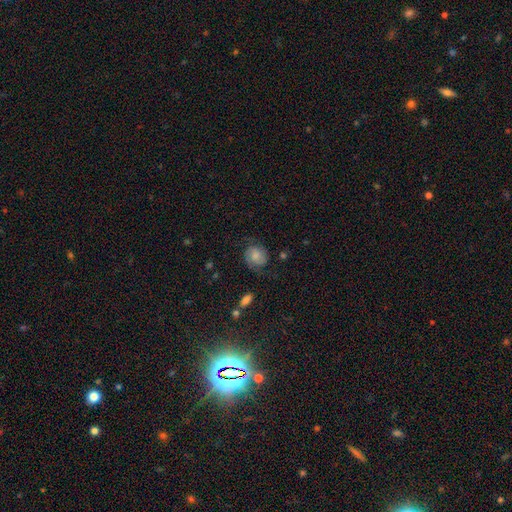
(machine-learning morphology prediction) The model was most divided on "bulge size": small: 38%, moderate: 34%, none: 14%, large: 10%, dominant: 3%. More confident: edge-on disk — no (97%); spiral arms — yes (90%); bar — no (72%); merging — none (67%); smooth or featured — featured or disk (52%).